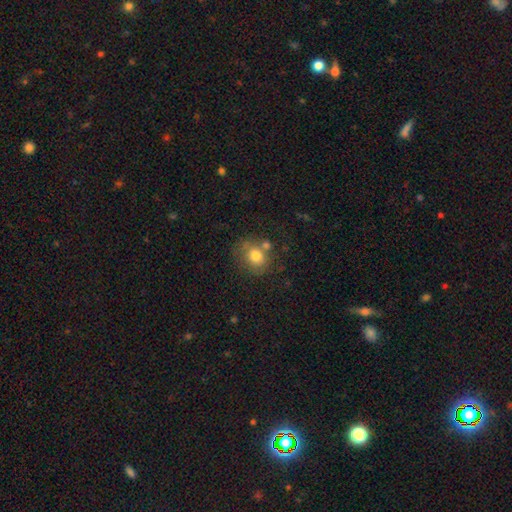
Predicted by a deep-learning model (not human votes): Morphology: type=smooth (75%); roundness=round (66%); merging=none (57%).